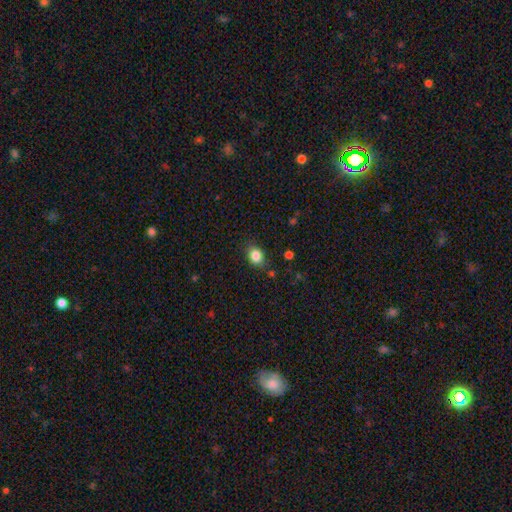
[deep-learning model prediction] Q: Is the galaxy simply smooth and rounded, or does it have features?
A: smooth — 84%.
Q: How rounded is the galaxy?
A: in between — 51%.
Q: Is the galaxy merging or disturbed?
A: none — 82%.